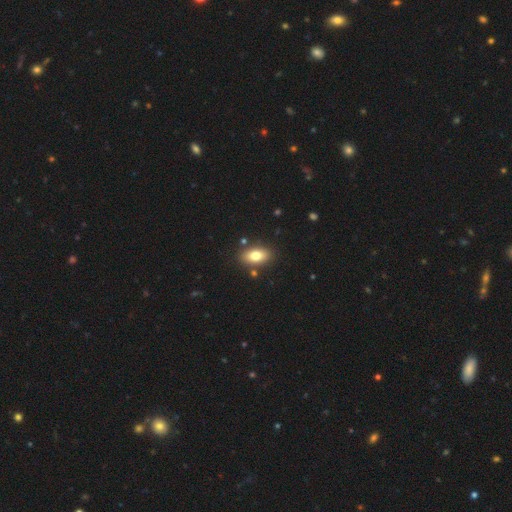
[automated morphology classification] Smooth or featured? Predicted: smooth (p=0.78). How rounded? Predicted: in between (p=0.90). Merging? Predicted: none (p=0.84).